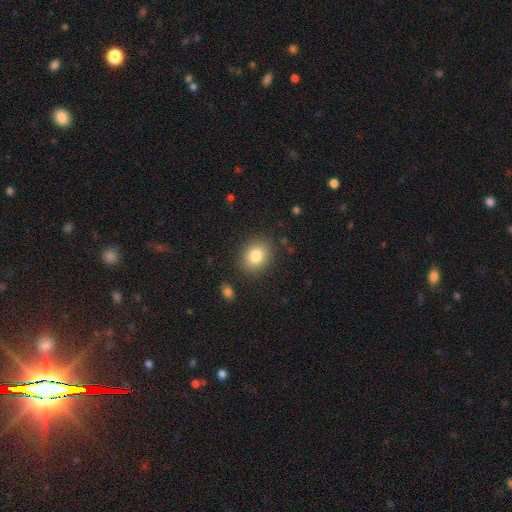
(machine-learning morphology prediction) smooth-or-featured: smooth: 82% | star or artifact: 10% | featured or disk: 9%
  how-rounded: round: 59% | in between: 40% | cigar-shaped: 1%
  merging: none: 87% | minor disturbance: 9% | major disturbance: 3% | merger: 2%